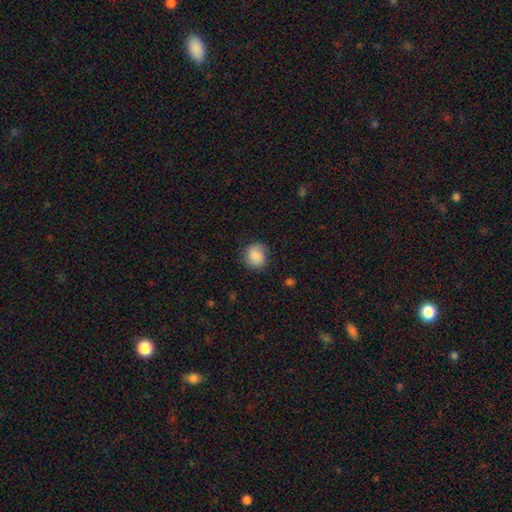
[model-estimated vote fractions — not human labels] smooth 84%, featured or disk 8%, star or artifact 8%. Down the decision tree: how rounded — round (82%); merging — none (78%).